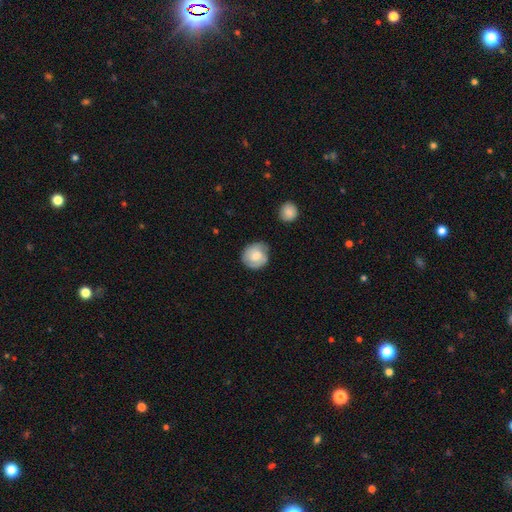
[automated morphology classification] smooth 61%, featured or disk 33%, star or artifact 7%. Down the decision tree: how rounded — round (85%); merging — none (73%).